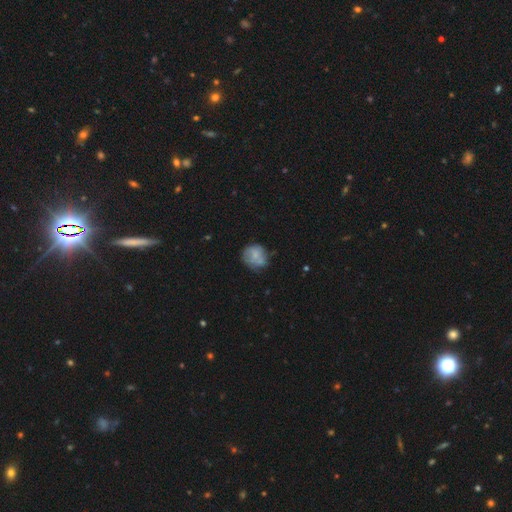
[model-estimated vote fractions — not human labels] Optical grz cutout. It shows a smooth galaxy with no disk features (62%) that is round (79%). Merging: none (57%).